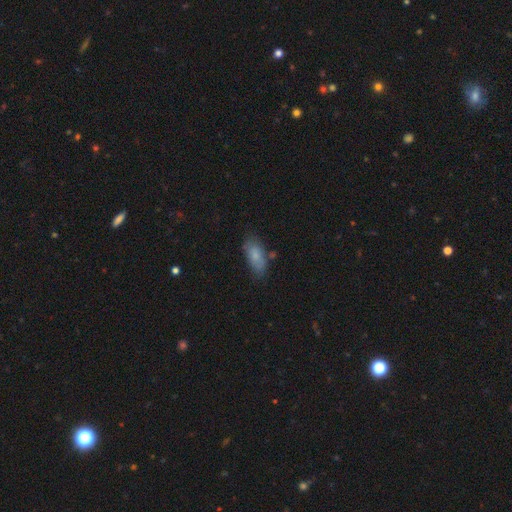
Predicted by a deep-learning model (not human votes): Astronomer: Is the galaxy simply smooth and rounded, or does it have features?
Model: smooth — 81%.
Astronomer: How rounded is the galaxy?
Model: in between — 84%.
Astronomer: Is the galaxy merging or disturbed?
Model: none — 68%.